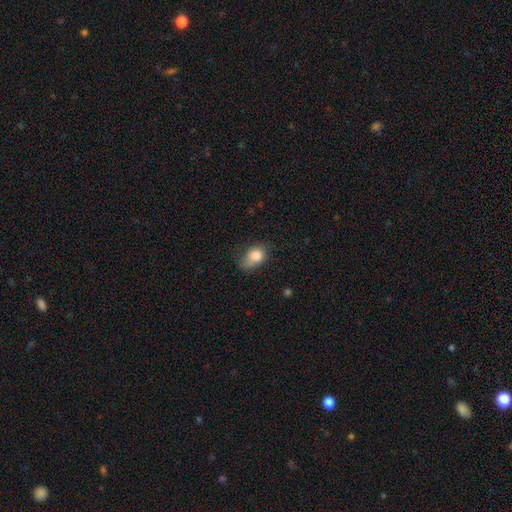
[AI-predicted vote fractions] A smooth galaxy with no disk features (81%) that is in between round and cigar-shaped (64%). Merging: none (45%).